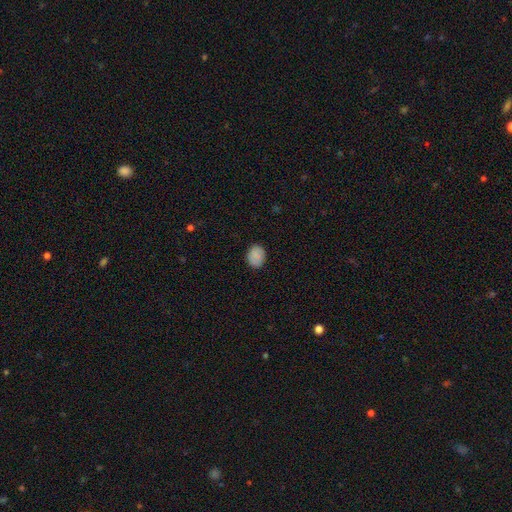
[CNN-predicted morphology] Smooth or featured: smooth — 85% (star or artifact — 8%)
How rounded: in between — 54% (round — 45%)
Merging: none — 86% (minor disturbance — 11%)